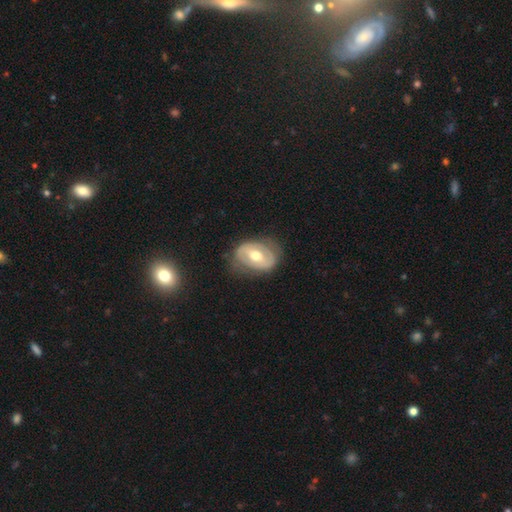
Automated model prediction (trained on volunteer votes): A featured or disk galaxy (62%) with no bar (38%), no spiral arms (55%) and a moderate central bulge (76%). Merging: none (68%).